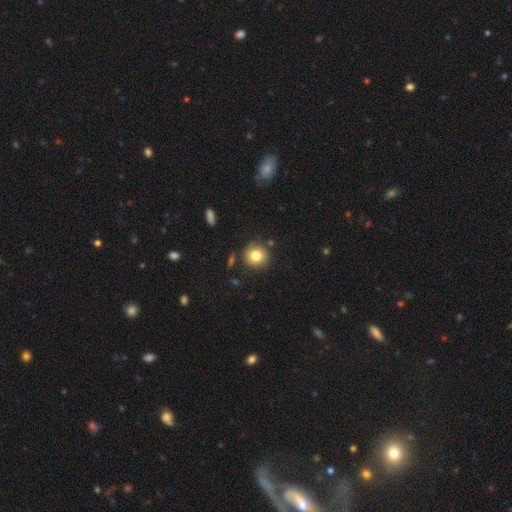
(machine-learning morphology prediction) Smooth or featured?
  - smooth: 80% *
  - star or artifact: 10%
  - featured or disk: 9%
How rounded?
  - round: 92% *
  - in between: 7%
  - cigar-shaped: 1%
Merging?
  - none: 85% *
  - minor disturbance: 9%
  - merger: 4%
  - major disturbance: 3%